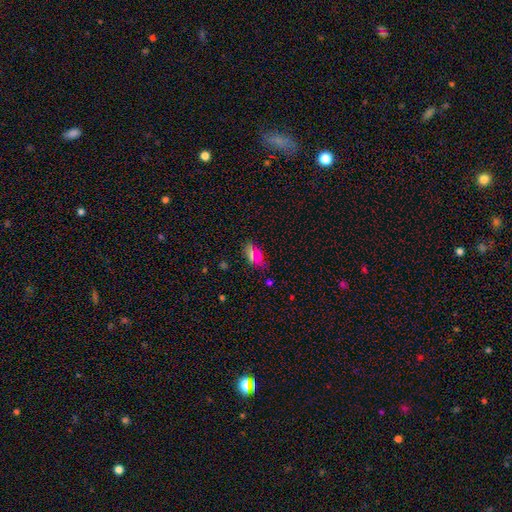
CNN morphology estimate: Smooth or featured? smooth (64%)
How rounded? in between (82%)
Merging? none (77%)